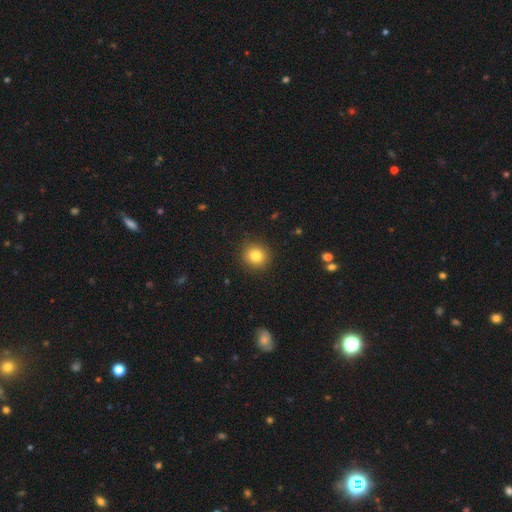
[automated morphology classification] type=smooth (82%); roundness=round (91%); merging=none (90%).